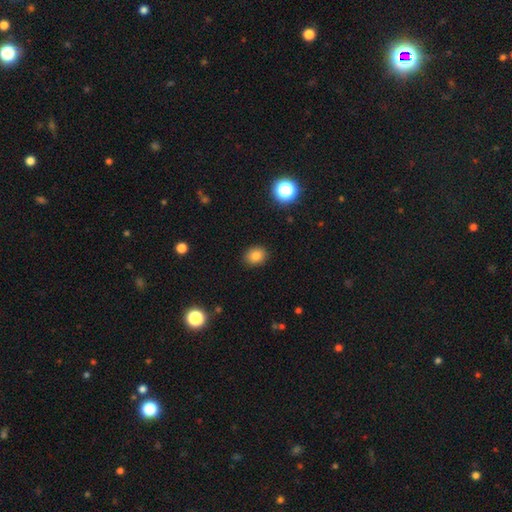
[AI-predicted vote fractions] smooth-or-featured: smooth: 82% | star or artifact: 12% | featured or disk: 6%
  how-rounded: round: 62% | in between: 37% | cigar-shaped: 1%
  merging: none: 90% | minor disturbance: 7% | major disturbance: 2% | merger: 1%